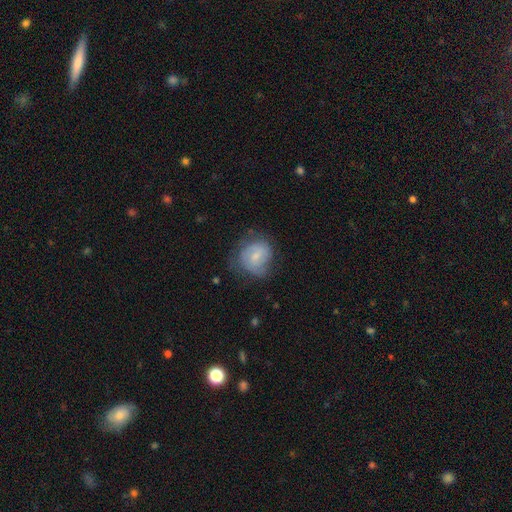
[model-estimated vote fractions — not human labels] Morphology: type=smooth (52%); roundness=round (73%); merging=none (55%).